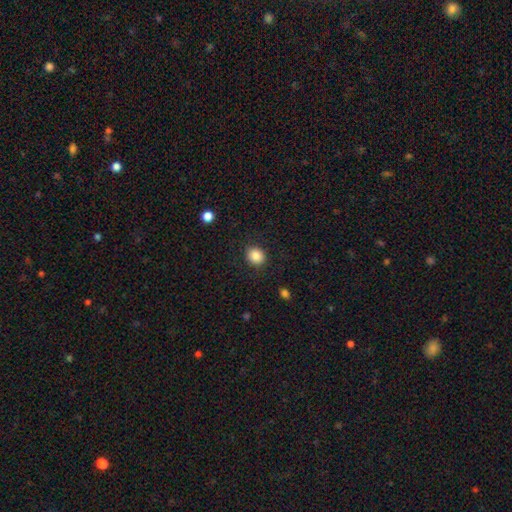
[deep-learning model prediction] A smooth galaxy with no disk features (86%) that is round (70%).

Vote fractions:
- Smooth or featured? smooth: 86% / star or artifact: 9% / featured or disk: 5%
- How rounded? round: 70% / in between: 29% / cigar-shaped: 1%
- Merging? none: 88% / minor disturbance: 8% / major disturbance: 3% / merger: 1%